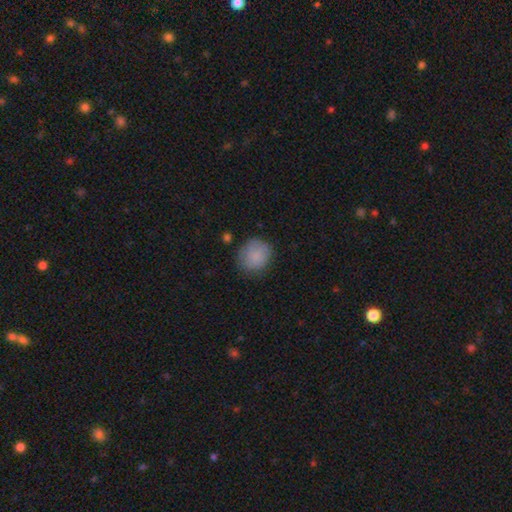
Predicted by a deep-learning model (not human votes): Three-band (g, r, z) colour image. It shows a smooth galaxy with no disk features (85%) that is round (83%). Merging: none (75%).